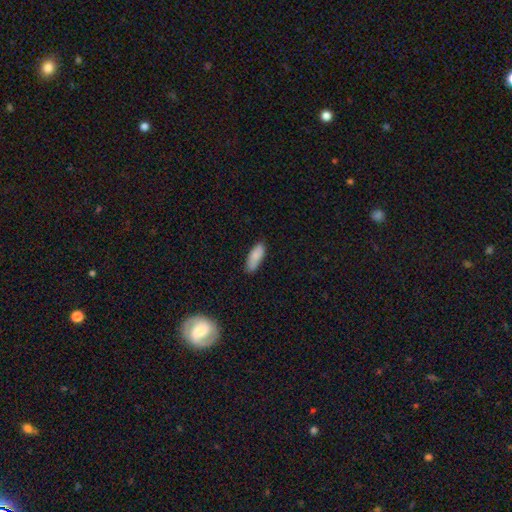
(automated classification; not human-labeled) smooth-or-featured: smooth: 87% | featured or disk: 7% | star or artifact: 6%
  how-rounded: in between: 74% | cigar-shaped: 24% | round: 2%
  merging: none: 81% | minor disturbance: 15% | major disturbance: 3% | merger: 1%